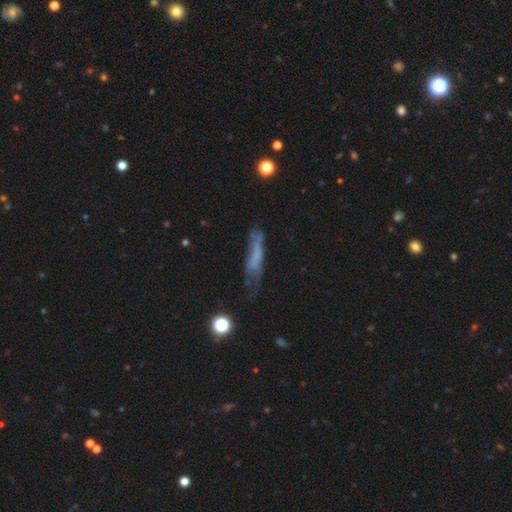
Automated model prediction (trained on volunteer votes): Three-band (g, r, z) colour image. It shows a smooth galaxy with no disk features (52%) that is cigar-shaped (79%). Merging: none (43%).